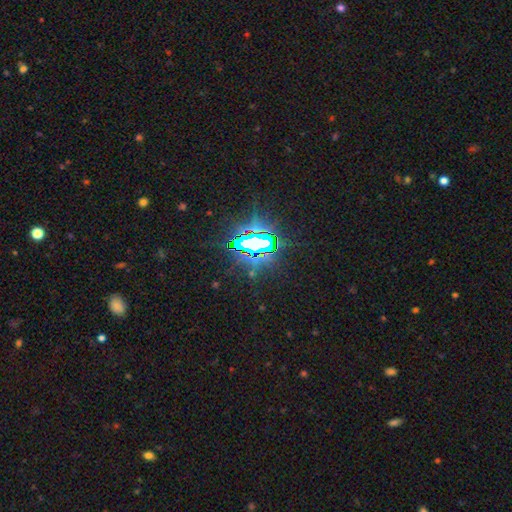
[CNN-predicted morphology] type=star or artifact (81%).